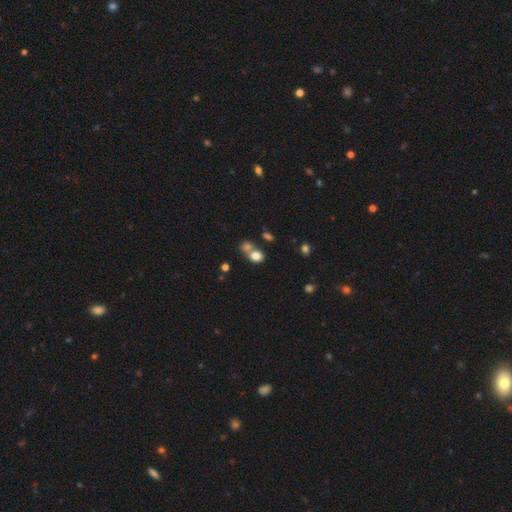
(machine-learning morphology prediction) smooth 79%, star or artifact 12%, featured or disk 9%. Down the decision tree: how rounded — round (53%); merging — merger (45%).